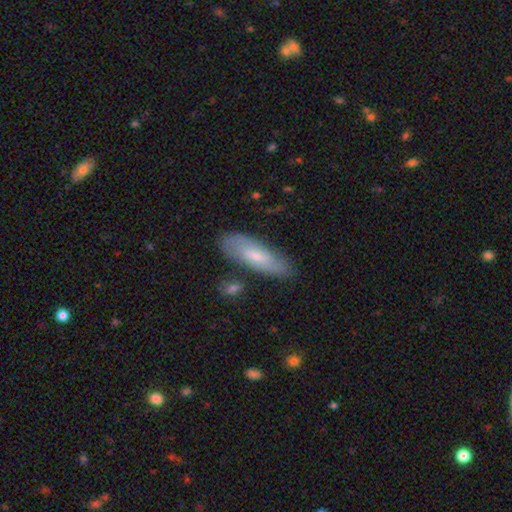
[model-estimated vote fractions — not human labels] Smooth or featured: smooth — 64% (featured or disk — 30%)
How rounded: in between — 53% (cigar-shaped — 45%)
Merging: none — 79% (minor disturbance — 15%)